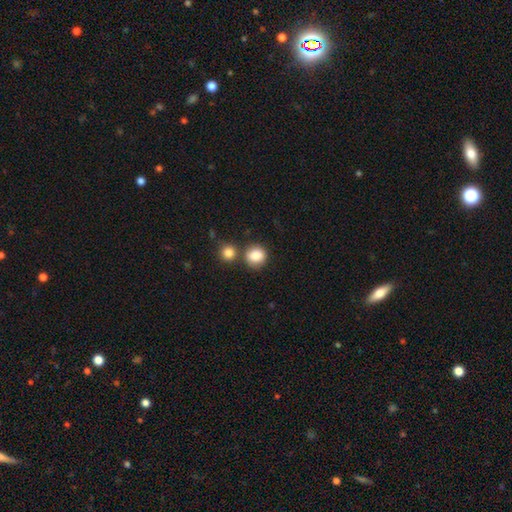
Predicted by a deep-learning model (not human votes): Smooth or featured?
  - smooth: 87% *
  - star or artifact: 8%
  - featured or disk: 5%
How rounded?
  - round: 85% *
  - in between: 14%
  - cigar-shaped: 1%
Merging?
  - none: 67% *
  - merger: 19%
  - minor disturbance: 11%
  - major disturbance: 3%